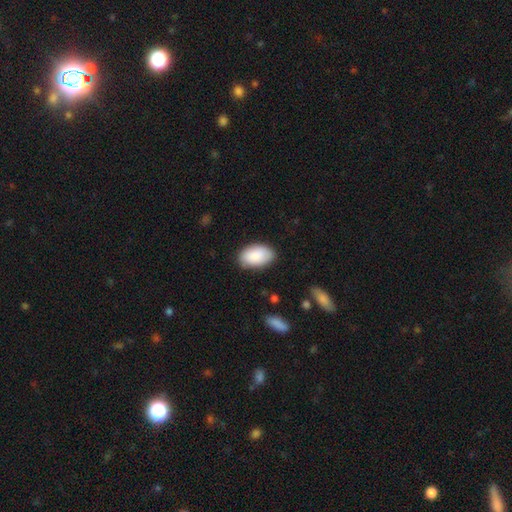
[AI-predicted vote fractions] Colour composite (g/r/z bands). It shows a smooth galaxy with no disk features (89%) that is in between round and cigar-shaped (94%). Merging: none (83%).